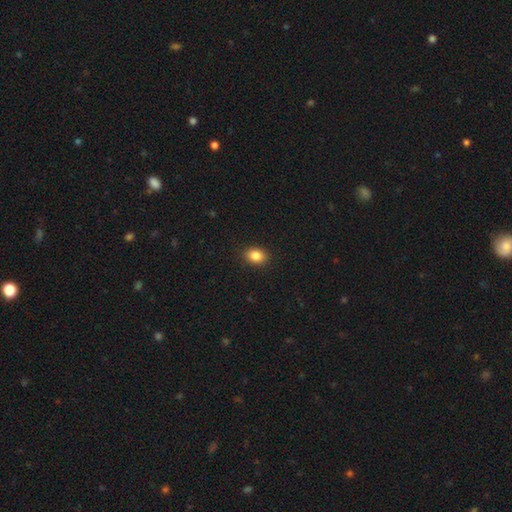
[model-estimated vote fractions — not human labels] Morphology: type=smooth (86%); roundness=in between (66%); merging=none (90%).